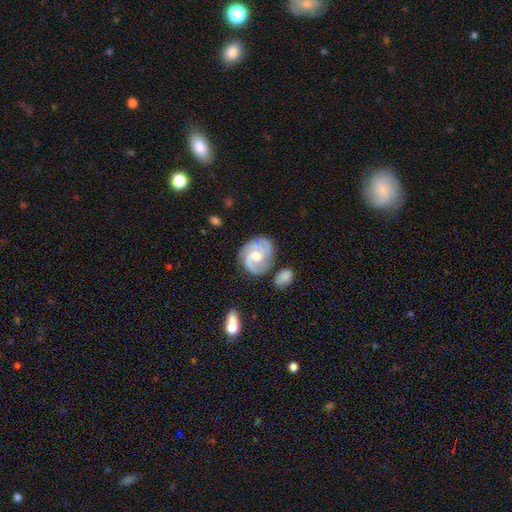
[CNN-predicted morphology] Q: Smooth or featured?
A: featured or disk (79%); runner-up: smooth (16%)
Q: Edge-on disk?
A: no (98%); runner-up: yes (2%)
Q: Bar?
A: no (52%); runner-up: weak (42%)
Q: Spiral arms?
A: yes (94%); runner-up: no (6%)
Q: Spiral winding?
A: medium (48%); runner-up: tight (33%)
Q: Spiral arm count?
A: 2 (59%); runner-up: 3 (14%)
Q: Bulge size?
A: moderate (53%); runner-up: small (27%)
Q: Merging?
A: none (62%); runner-up: minor disturbance (20%)